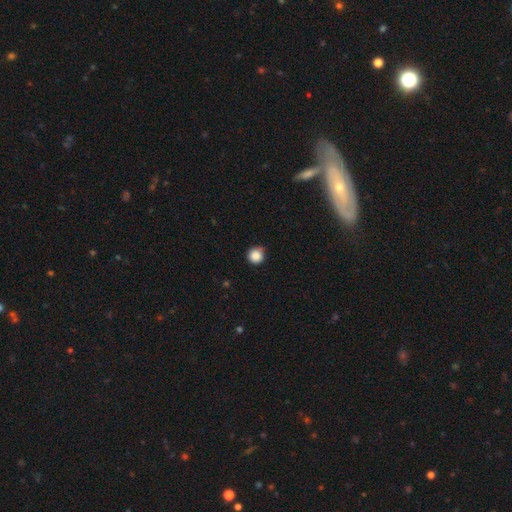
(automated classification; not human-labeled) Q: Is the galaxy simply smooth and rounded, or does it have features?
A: smooth — 86%.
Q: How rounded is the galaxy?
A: round — 95%.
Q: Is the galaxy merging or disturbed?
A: none — 78%.